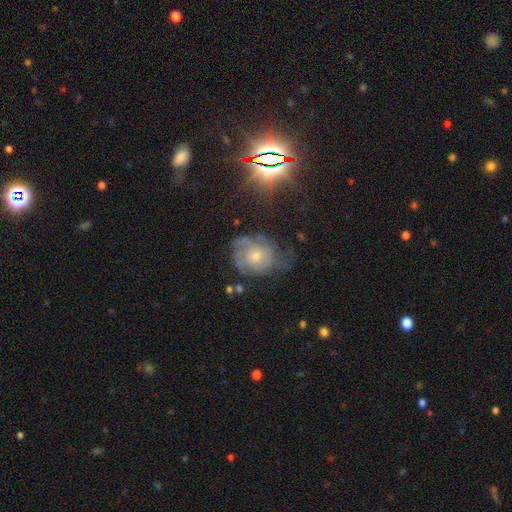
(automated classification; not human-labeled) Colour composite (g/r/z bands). It shows a featured or disk galaxy (62%) with no bar (80%), tight (58%) spiral arms (86%) and a moderate central bulge (47%). Merging: none (56%).